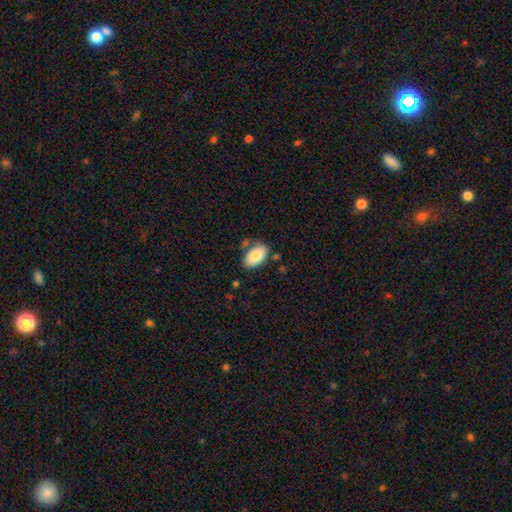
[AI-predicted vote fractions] smooth 83%, featured or disk 10%, star or artifact 7%. Down the decision tree: how rounded — in between (93%); merging — none (66%).